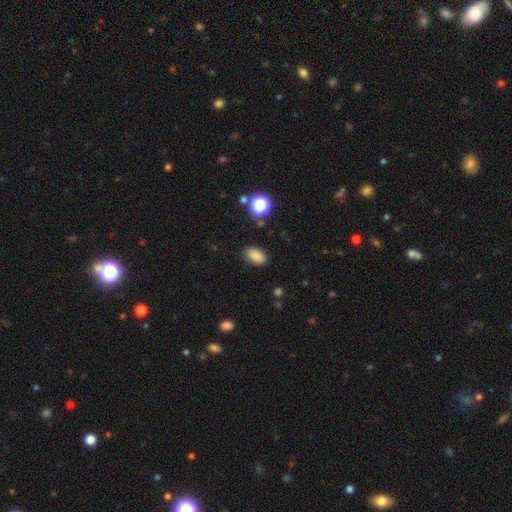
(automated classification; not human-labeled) Morphology: type=smooth (86%); roundness=in between (89%); merging=none (86%).